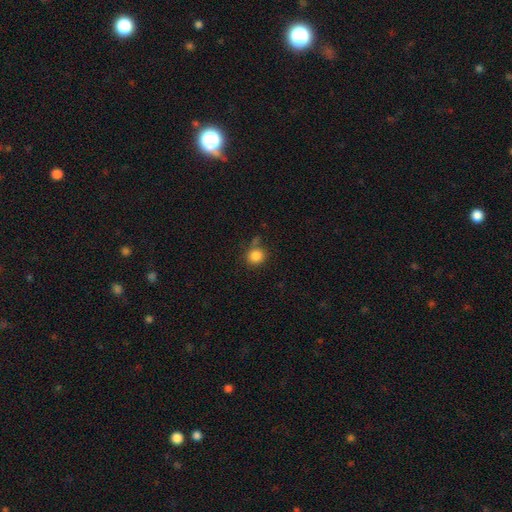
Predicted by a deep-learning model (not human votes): A smooth galaxy with no disk features (85%) that is round (87%).

Vote fractions:
- Smooth or featured? smooth: 85% / star or artifact: 10% / featured or disk: 5%
- How rounded? round: 87% / in between: 12% / cigar-shaped: 1%
- Merging? none: 71% / minor disturbance: 15% / merger: 9% / major disturbance: 5%